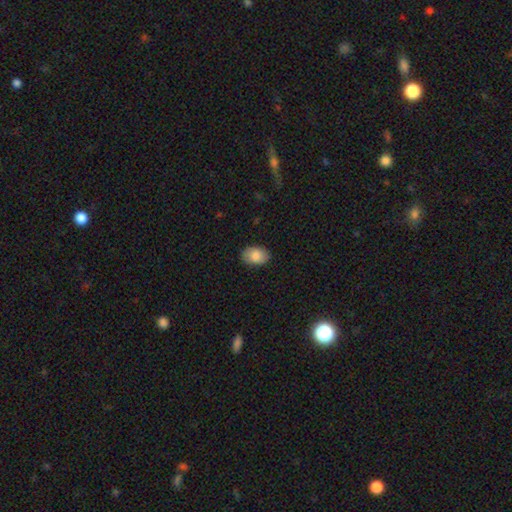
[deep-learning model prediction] This is clearly a smooth galaxy (87%). How rounded: clearly in between (84%). Merging: clearly none (87%).